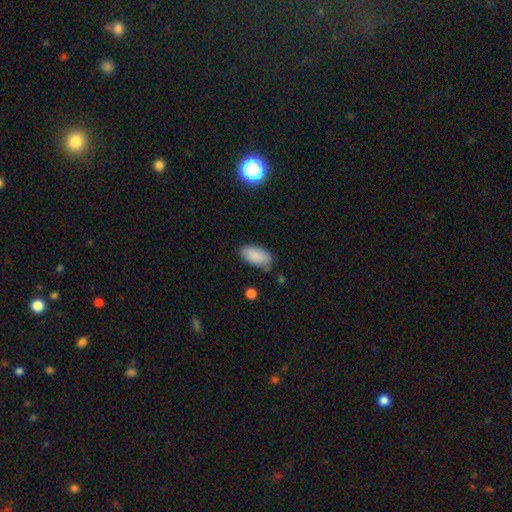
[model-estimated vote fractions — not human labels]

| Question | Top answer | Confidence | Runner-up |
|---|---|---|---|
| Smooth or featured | smooth | 87% | star or artifact (7%) |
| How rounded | in between | 94% | cigar-shaped (4%) |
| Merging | none | 73% | minor disturbance (21%) |